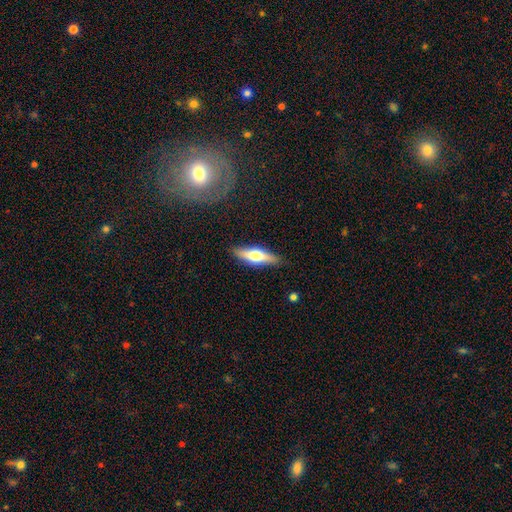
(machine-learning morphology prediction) A smooth galaxy with no disk features (49%).

Vote fractions:
- Smooth or featured? smooth: 49% / featured or disk: 45% / star or artifact: 6%
- Merging? none: 86% / minor disturbance: 10% / major disturbance: 2% / merger: 1%